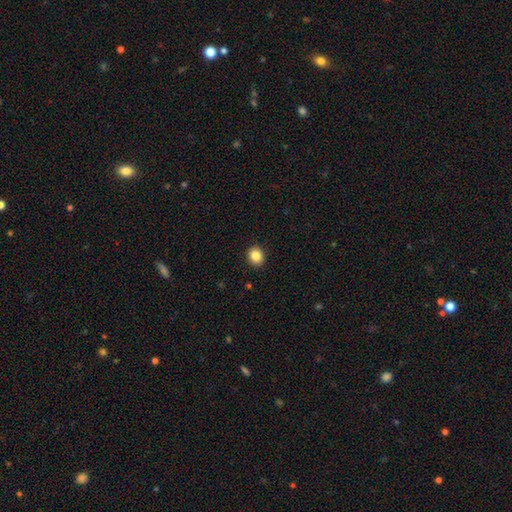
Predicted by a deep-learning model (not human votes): A smooth galaxy with no disk features (86%) that is round (74%). Merging: none (92%).